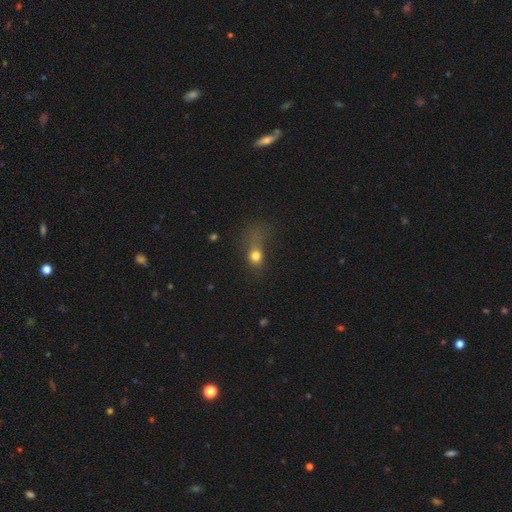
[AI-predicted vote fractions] A smooth galaxy with no disk features (72%) that is round (54%). Merging: major disturbance (47%).